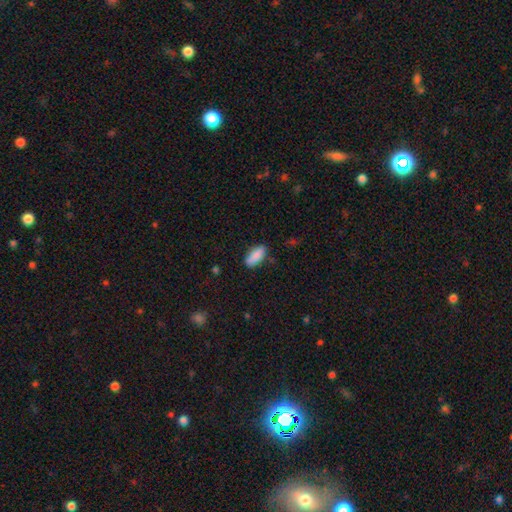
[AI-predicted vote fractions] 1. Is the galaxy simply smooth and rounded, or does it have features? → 87% smooth, 6% star or artifact, 6% featured or disk.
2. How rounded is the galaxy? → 81% in between, 17% cigar-shaped, 2% round.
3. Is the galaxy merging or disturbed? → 80% none, 15% minor disturbance, 3% major disturbance, 2% merger.